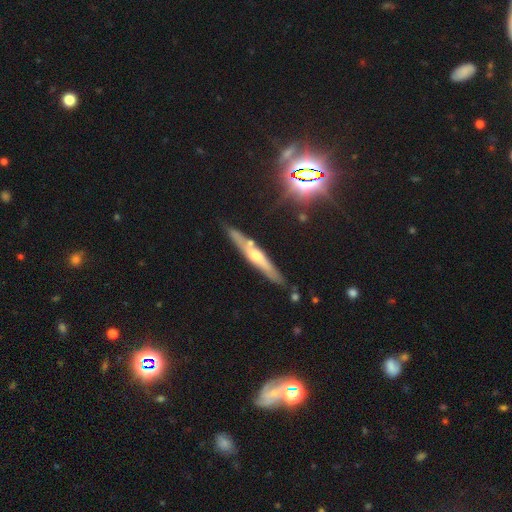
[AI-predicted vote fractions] This appears to be a featured or disk galaxy (61%) viewed edge-on (91%) with a rounded central bulge (78%). Merging: none (79%).